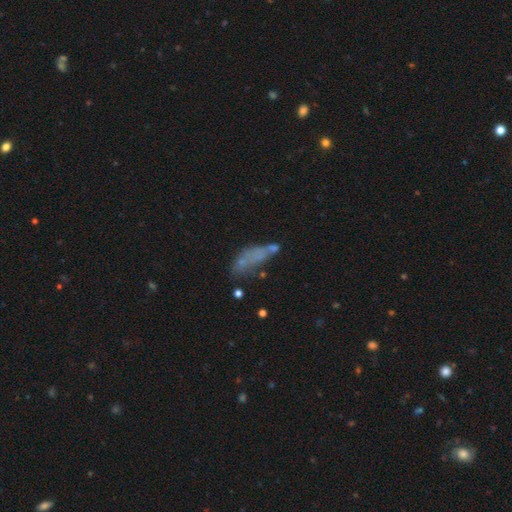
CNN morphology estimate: Overall: smooth (51%; featured or disk 33%). How rounded: in between (56%; cigar-shaped 40%). Merging: none (39%; minor disturbance 21%).